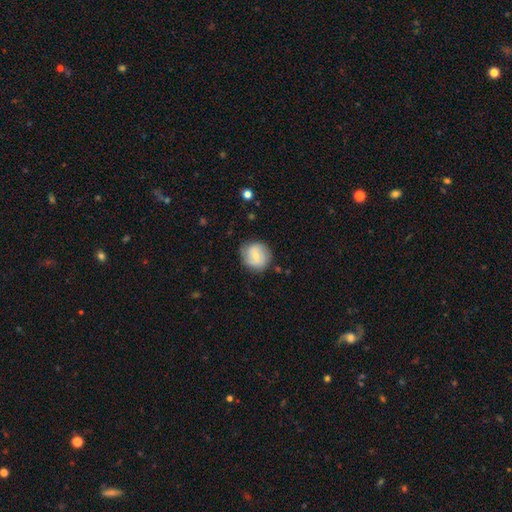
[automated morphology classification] This is possibly a smooth galaxy (51%). How rounded: clearly round (87%). Merging: likely none (78%).